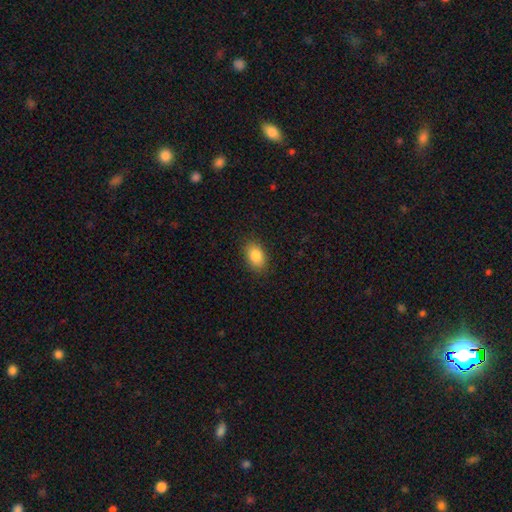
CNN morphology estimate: type=smooth (85%); roundness=in between (84%); merging=none (88%).